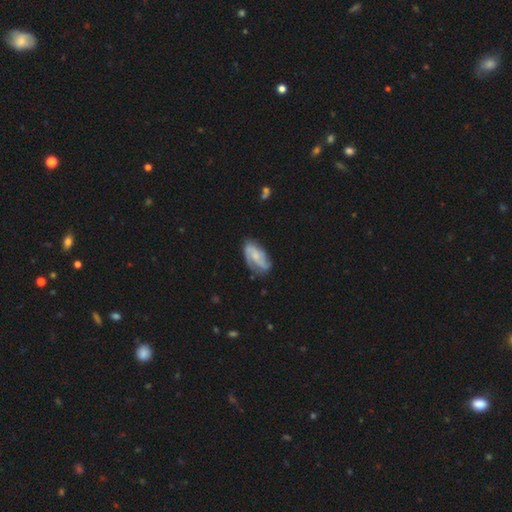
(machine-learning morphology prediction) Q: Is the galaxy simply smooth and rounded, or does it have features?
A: featured or disk — 69%.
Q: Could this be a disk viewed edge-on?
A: no — 95%.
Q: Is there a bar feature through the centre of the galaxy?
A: no — 55%.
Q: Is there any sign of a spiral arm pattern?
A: yes — 92%.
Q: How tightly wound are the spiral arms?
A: medium — 43%.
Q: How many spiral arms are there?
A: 2 — 53%.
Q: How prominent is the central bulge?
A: small — 53%.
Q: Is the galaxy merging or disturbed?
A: none — 64%.